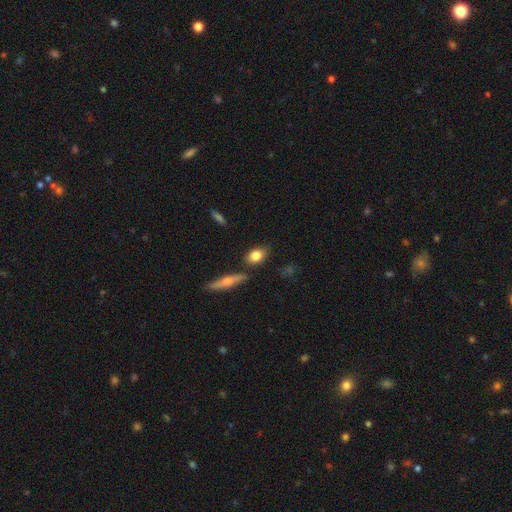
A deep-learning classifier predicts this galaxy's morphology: This is likely a smooth galaxy (80%). How rounded: likely in between (72%). Merging: likely none (78%).